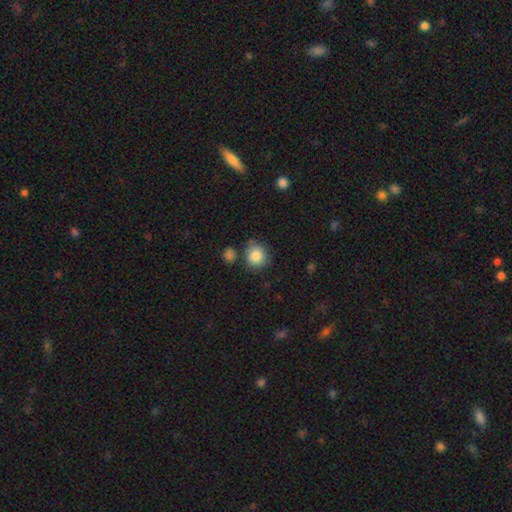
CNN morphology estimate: Smooth or featured?
  - smooth: 85% *
  - star or artifact: 9%
  - featured or disk: 6%
How rounded?
  - round: 82% *
  - in between: 17%
  - cigar-shaped: 1%
Merging?
  - none: 72% *
  - minor disturbance: 16%
  - merger: 8%
  - major disturbance: 4%